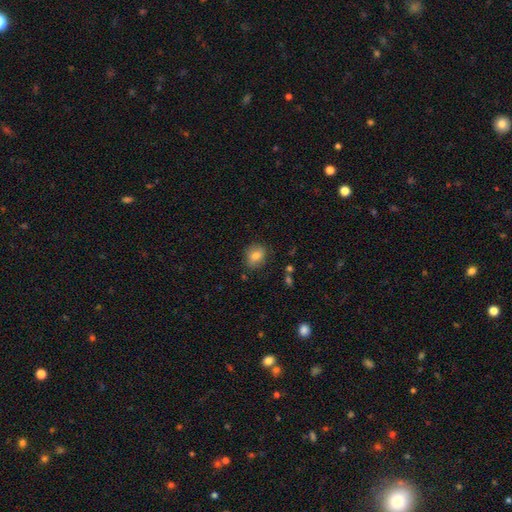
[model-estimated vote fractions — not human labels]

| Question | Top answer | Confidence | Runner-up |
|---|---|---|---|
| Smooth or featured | smooth | 80% | featured or disk (10%) |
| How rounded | in between | 50% | round (49%) |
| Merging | none | 79% | minor disturbance (15%) |